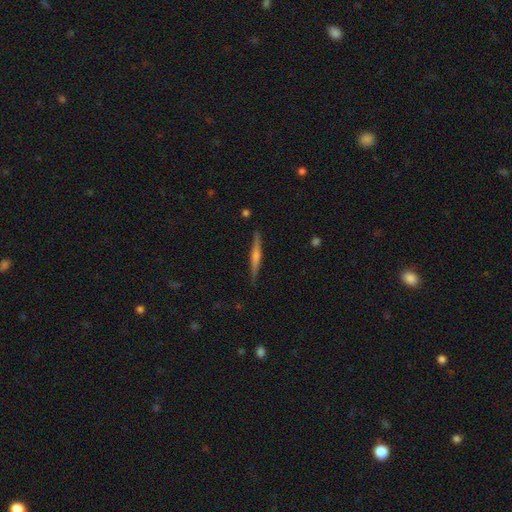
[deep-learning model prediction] featured or disk 72%, smooth 21%, star or artifact 6%. Down the decision tree: edge-on disk — yes (98%); edge-on bulge — rounded (74%); merging — none (90%).